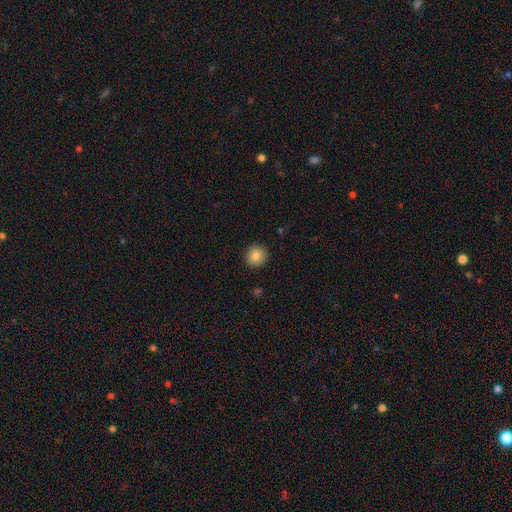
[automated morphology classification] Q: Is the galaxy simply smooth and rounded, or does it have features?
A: smooth — 85%.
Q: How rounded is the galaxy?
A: round — 90%.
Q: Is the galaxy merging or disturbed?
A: none — 91%.